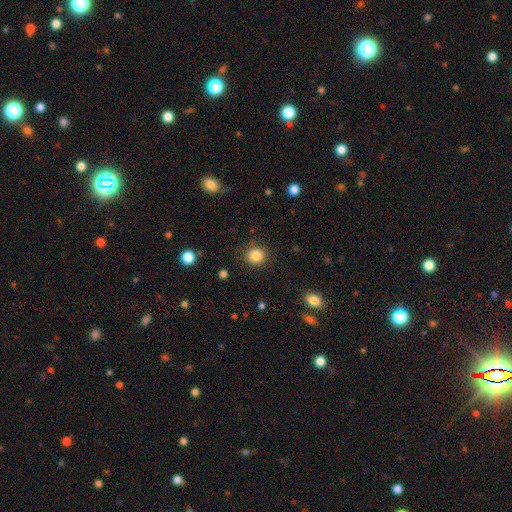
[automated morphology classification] Smooth or featured? smooth (85%)
How rounded? round (90%)
Merging? none (88%)